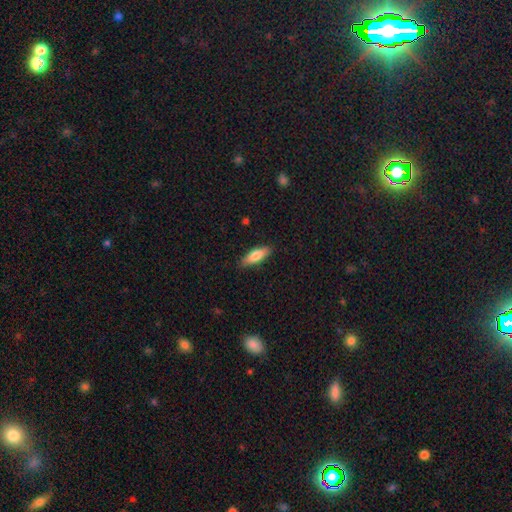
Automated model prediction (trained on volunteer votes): The model was most divided on "how rounded": in between: 55%, cigar-shaped: 43%, round: 2%. More confident: merging — none (86%); smooth or featured — smooth (77%).